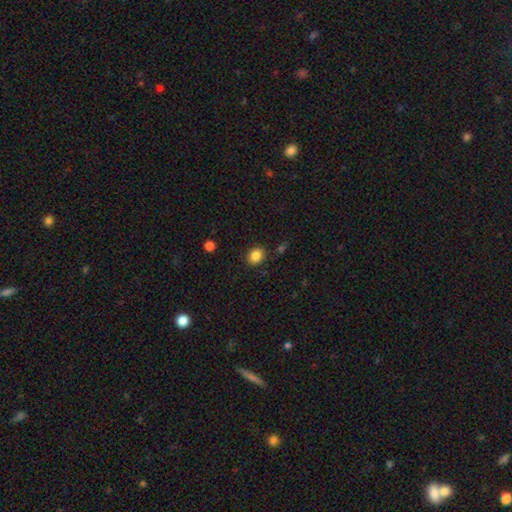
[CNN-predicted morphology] Smooth or featured? Predicted: smooth (p=0.86). How rounded? Predicted: round (p=0.59). Merging? Predicted: none (p=0.86).